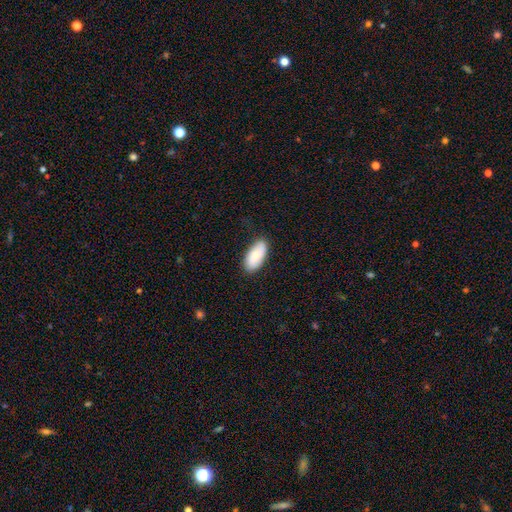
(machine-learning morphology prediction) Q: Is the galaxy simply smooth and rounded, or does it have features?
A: smooth — 78%.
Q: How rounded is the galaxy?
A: in between — 91%.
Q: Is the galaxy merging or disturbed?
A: none — 81%.